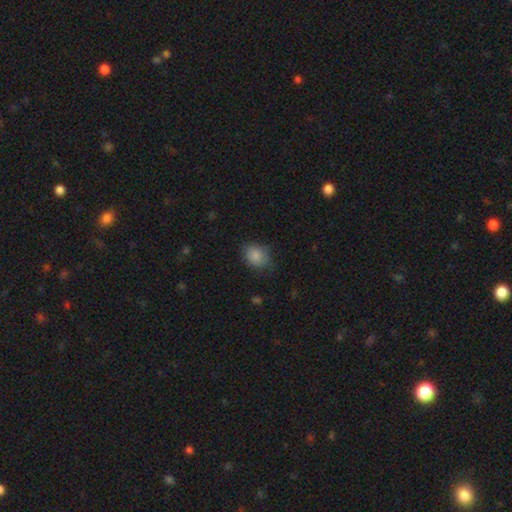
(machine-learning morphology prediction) type=smooth (85%); roundness=in between (52%); merging=none (68%).